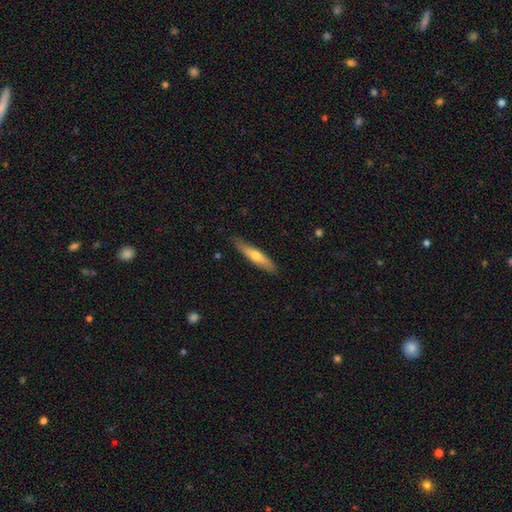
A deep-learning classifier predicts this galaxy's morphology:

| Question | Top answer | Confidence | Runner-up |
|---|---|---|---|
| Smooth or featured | smooth | 50% | featured or disk (45%) |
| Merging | none | 87% | minor disturbance (10%) |